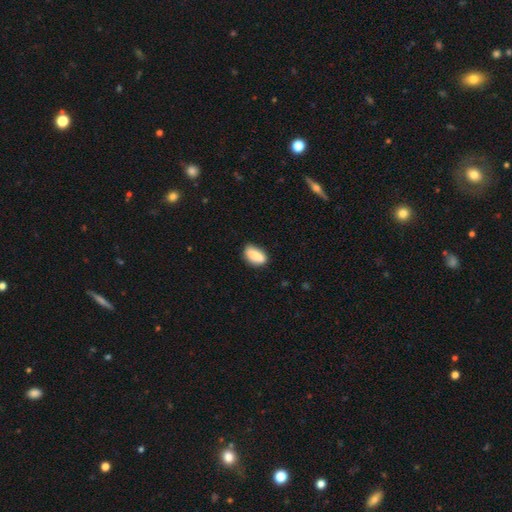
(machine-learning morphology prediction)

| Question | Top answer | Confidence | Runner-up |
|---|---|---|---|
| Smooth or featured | smooth | 86% | star or artifact (7%) |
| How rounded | in between | 87% | cigar-shaped (8%) |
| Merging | none | 76% | minor disturbance (19%) |